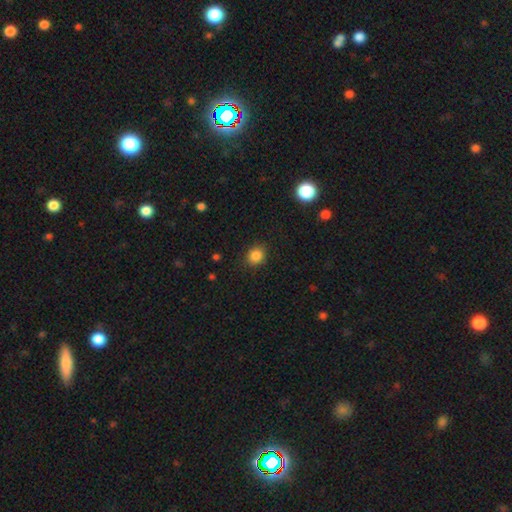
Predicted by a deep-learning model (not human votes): This appears to be a smooth galaxy with no disk features (85%) that is round (74%). Merging: none (88%).